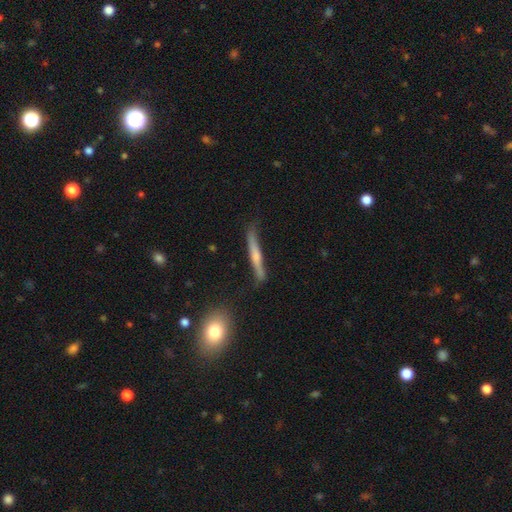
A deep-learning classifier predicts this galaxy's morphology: This is possibly a featured or disk galaxy (54%). It is clearly viewed edge-on (93%). Edge-on bulge: possibly rounded (58%). Merging: likely none (72%).